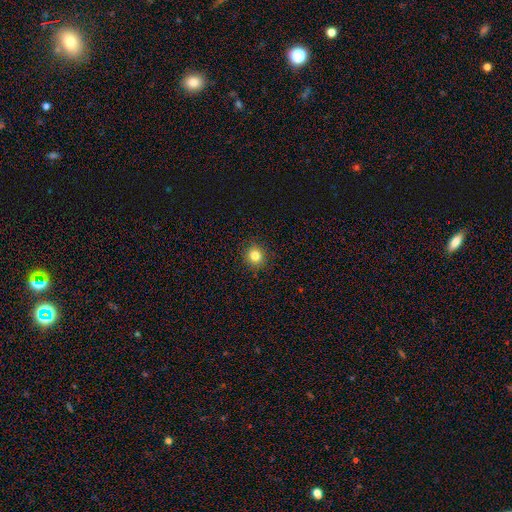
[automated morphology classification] The model was most divided on "smooth or featured": smooth: 81%, star or artifact: 13%, featured or disk: 6%. More confident: merging — none (91%); how rounded — round (89%).